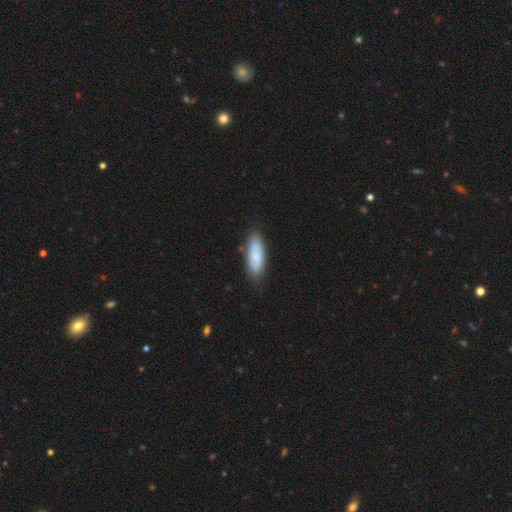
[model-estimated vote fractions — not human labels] Morphology: type=smooth (78%); roundness=in between (66%); merging=none (79%).